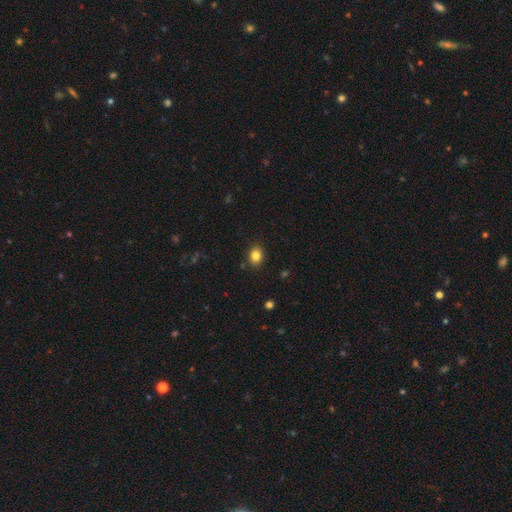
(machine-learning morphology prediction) This is clearly a smooth galaxy (83%). How rounded: possibly in between (51%). Merging: clearly none (88%).